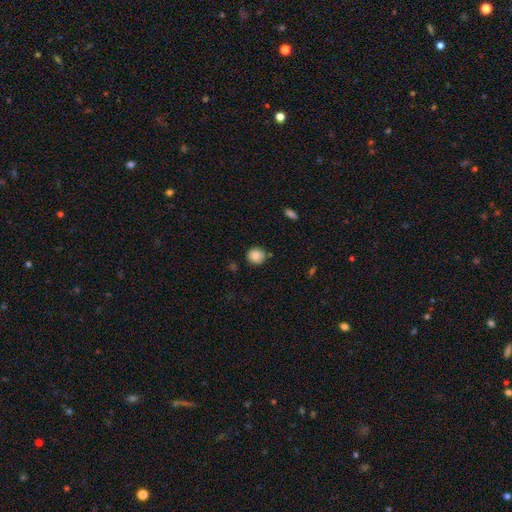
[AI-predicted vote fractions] A smooth galaxy with no disk features (87%) that is round (88%). Merging: none (80%).